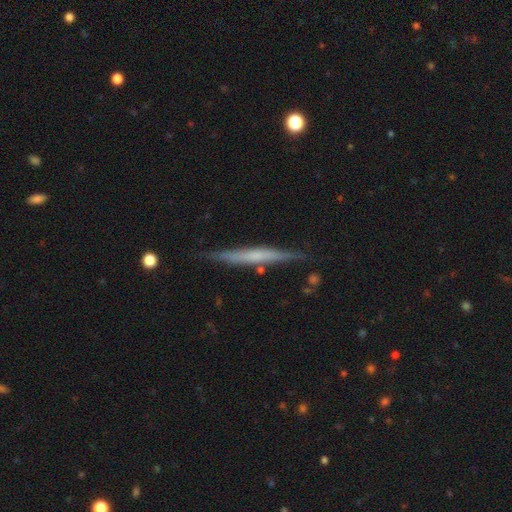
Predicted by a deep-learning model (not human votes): Overall: featured or disk (55%; smooth 39%). Edge-on disk: yes (96%). Edge-on bulge: none (69%). Merging: none (83%).